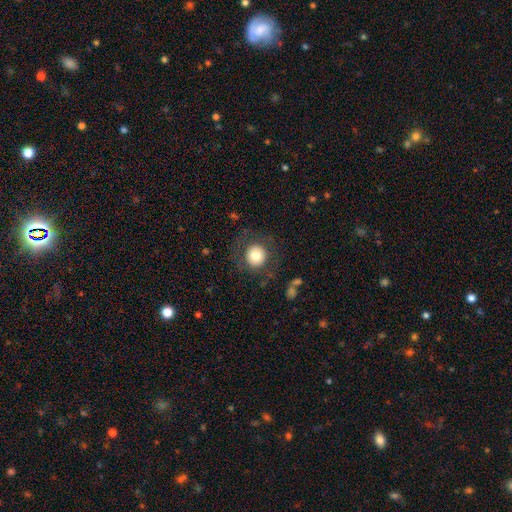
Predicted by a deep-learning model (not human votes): Q: Smooth or featured?
A: smooth (74%); runner-up: featured or disk (16%)
Q: How rounded?
A: round (92%); runner-up: in between (7%)
Q: Merging?
A: none (81%); runner-up: minor disturbance (10%)